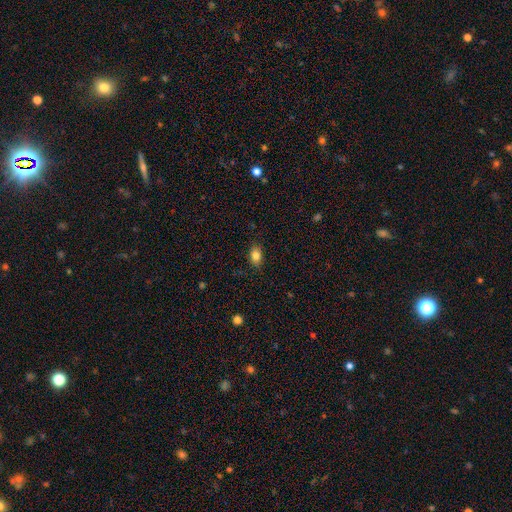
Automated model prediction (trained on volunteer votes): Smooth or featured? smooth (83%)
How rounded? in between (79%)
Merging? none (86%)